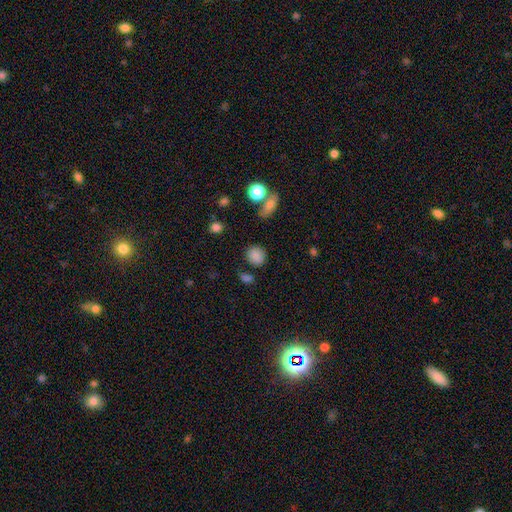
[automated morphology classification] Q: Smooth or featured?
A: smooth (84%); runner-up: star or artifact (11%)
Q: How rounded?
A: round (78%); runner-up: in between (21%)
Q: Merging?
A: none (77%); runner-up: minor disturbance (13%)